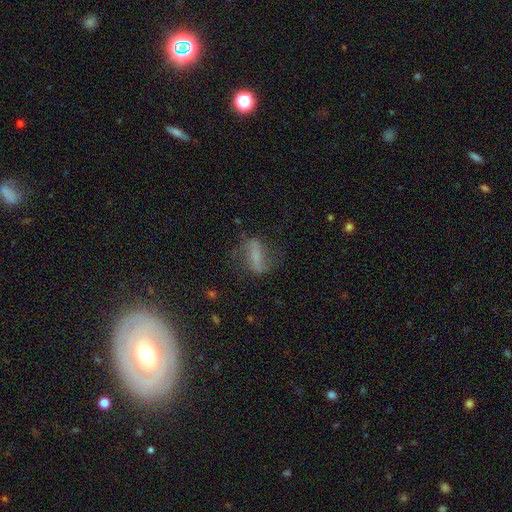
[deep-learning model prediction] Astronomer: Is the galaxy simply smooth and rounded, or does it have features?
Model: featured or disk — 49% (runner-up: smooth, 38%).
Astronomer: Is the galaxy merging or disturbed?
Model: none — 60%.